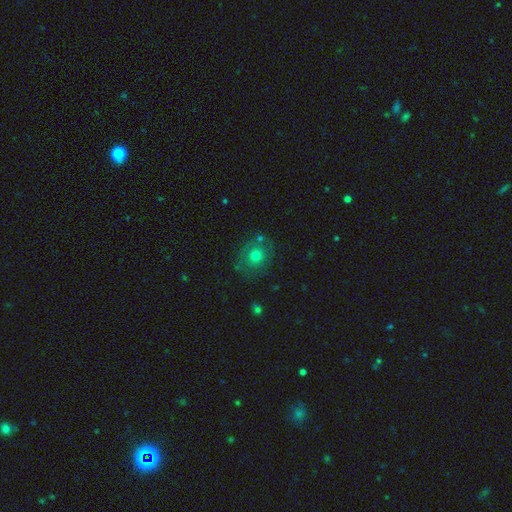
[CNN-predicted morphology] A smooth galaxy with no disk features (63%) that is round (76%). Merging: none (72%).